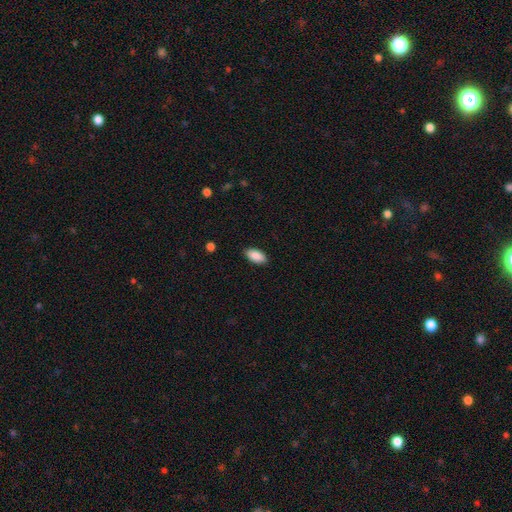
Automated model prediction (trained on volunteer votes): Q: Smooth or featured?
A: smooth (89%); runner-up: star or artifact (7%)
Q: How rounded?
A: in between (93%); runner-up: cigar-shaped (5%)
Q: Merging?
A: none (88%); runner-up: minor disturbance (9%)